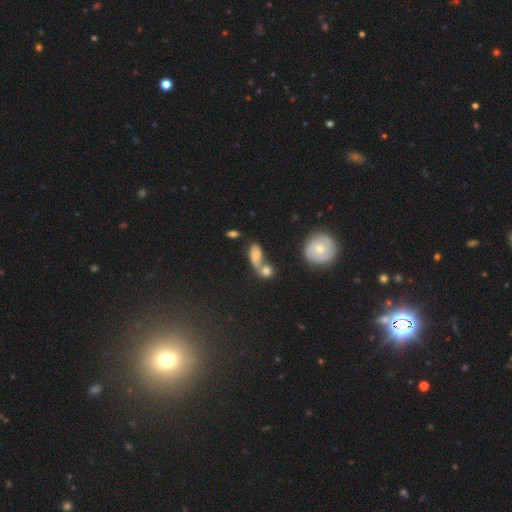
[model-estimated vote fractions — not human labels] smooth 53%, featured or disk 33%, star or artifact 14%. Down the decision tree: how rounded — in between (74%); merging — merger (52%).